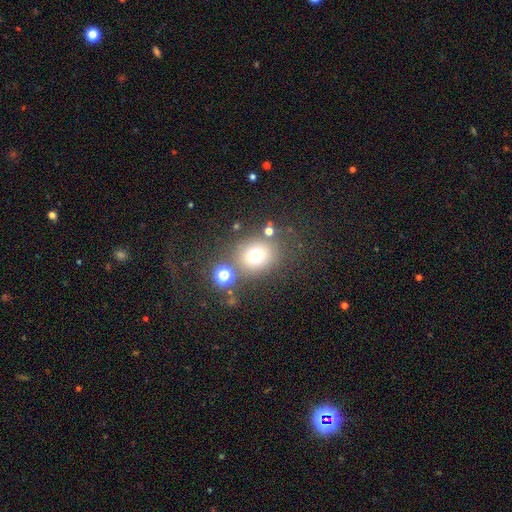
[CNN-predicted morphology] A smooth galaxy with no disk features (71%) that is round (75%).

Vote fractions:
- Smooth or featured? smooth: 71% / star or artifact: 18% / featured or disk: 11%
- How rounded? round: 75% / in between: 24% / cigar-shaped: 1%
- Merging? none: 74% / minor disturbance: 11% / merger: 9% / major disturbance: 6%